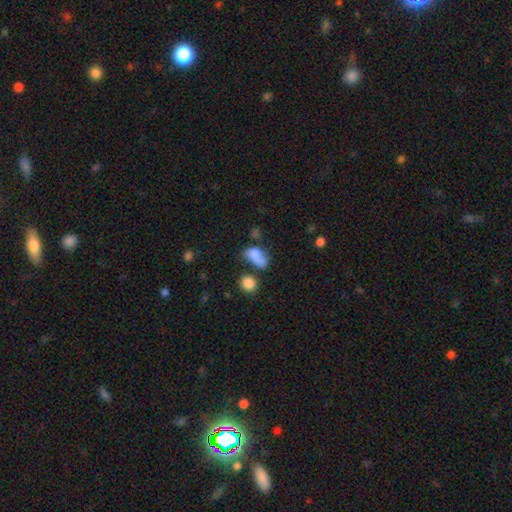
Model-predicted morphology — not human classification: This appears to be a smooth galaxy with no disk features (72%) that is in between round and cigar-shaped (78%). Merging: merger (34%).